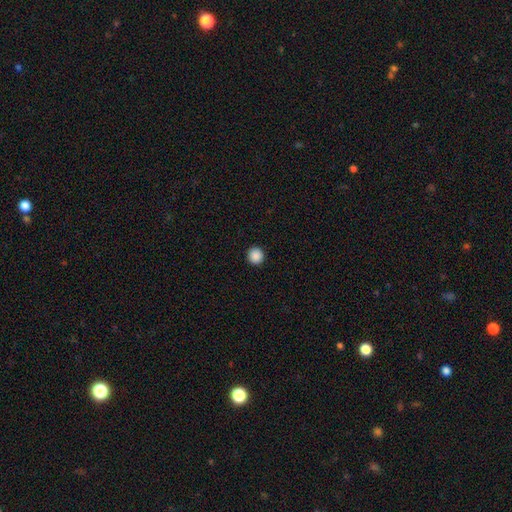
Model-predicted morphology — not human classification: A smooth galaxy with no disk features (88%) that is round (95%). Merging: none (93%).